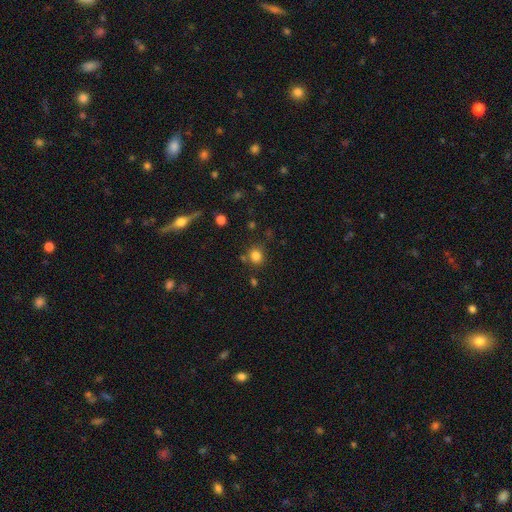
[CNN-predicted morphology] This is clearly a smooth galaxy (82%). How rounded: clearly round (82%). Merging: likely none (77%).